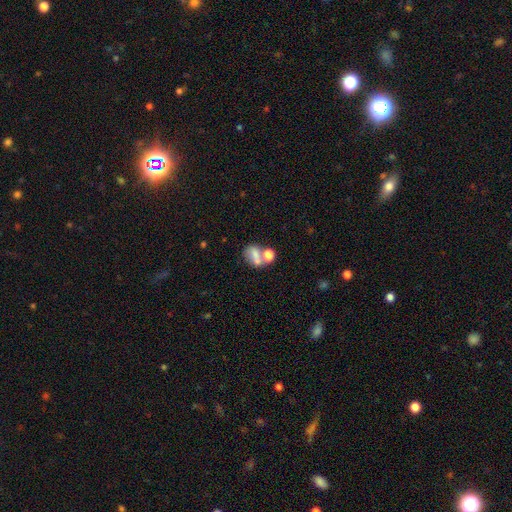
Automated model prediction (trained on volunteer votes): Smooth or featured?
  - smooth: 63% *
  - featured or disk: 24%
  - star or artifact: 13%
How rounded?
  - in between: 62% *
  - round: 35%
  - cigar-shaped: 3%
Merging?
  - merger: 52% *
  - none: 28%
  - minor disturbance: 11%
  - major disturbance: 10%